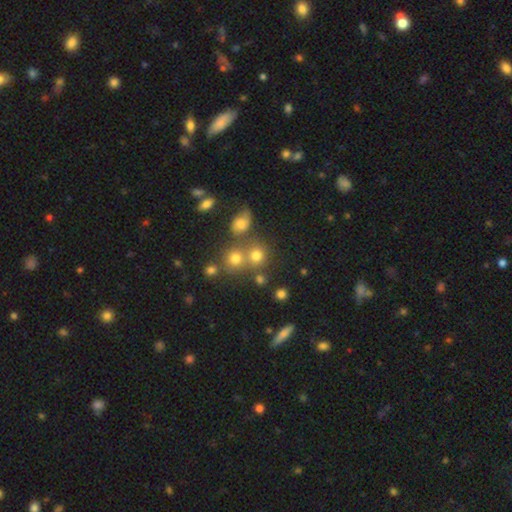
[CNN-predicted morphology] smooth_or_featured: smooth (p=0.71) [alt: star or artifact p=0.18]
how_rounded: round (p=0.83) [alt: in between p=0.16]
merging: none (p=0.55) [alt: merger p=0.31]